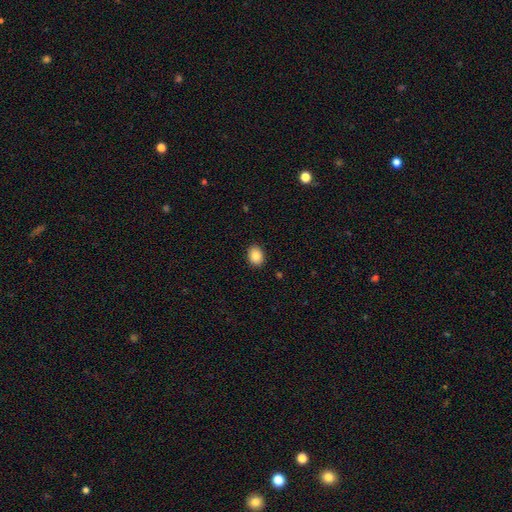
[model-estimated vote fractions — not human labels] This appears to be a smooth galaxy with no disk features (86%) that is in between round and cigar-shaped (65%). Merging: none (90%).